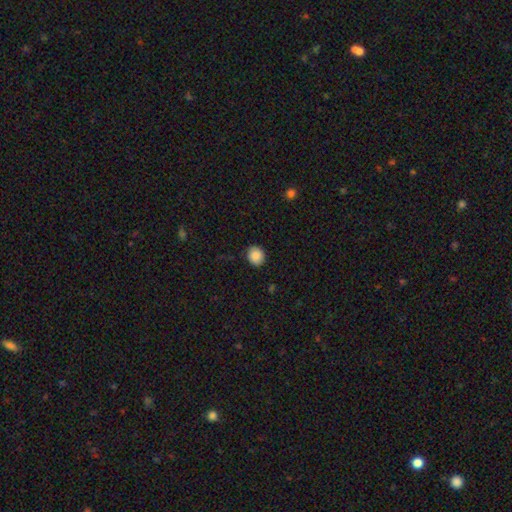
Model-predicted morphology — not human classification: smooth-or-featured: smooth: 88% | star or artifact: 8% | featured or disk: 3%
  how-rounded: round: 75% | in between: 25% | cigar-shaped: 1%
  merging: none: 90% | minor disturbance: 7% | major disturbance: 2% | merger: 1%